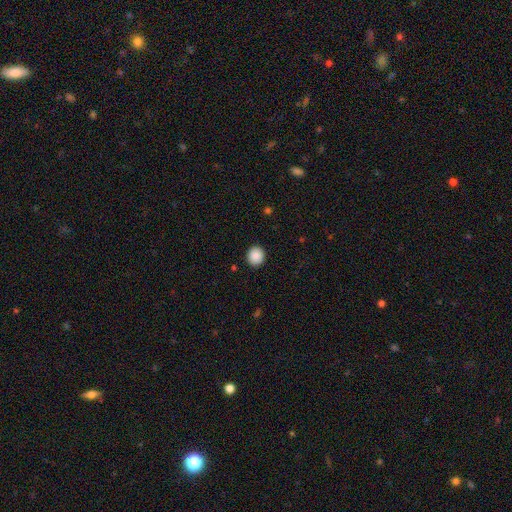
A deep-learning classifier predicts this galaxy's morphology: Smooth or featured? smooth (89%)
How rounded? round (87%)
Merging? none (91%)